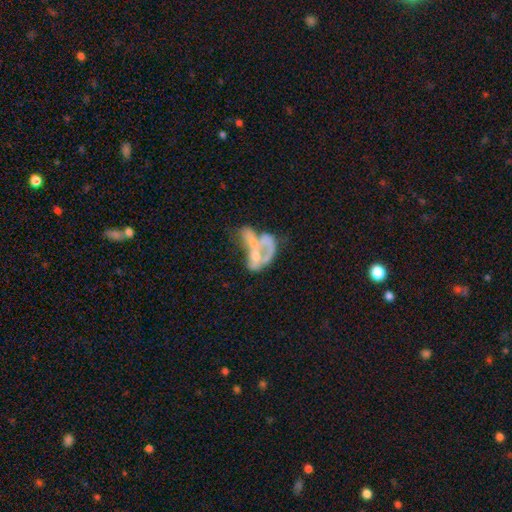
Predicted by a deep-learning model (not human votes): A featured or disk galaxy (61%) with no bar (84%), no spiral arms (81%) and no central bulge (40%). Merging: merger (55%).